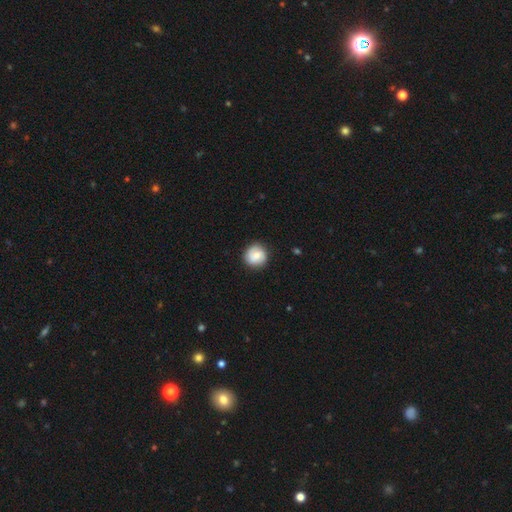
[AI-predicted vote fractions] Morphology: type=smooth (66%); roundness=round (91%); merging=none (86%).